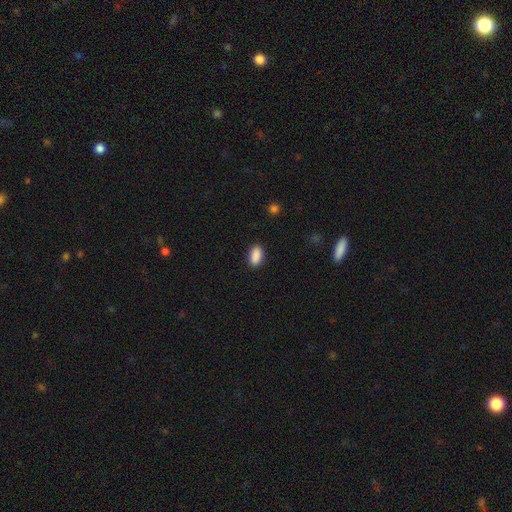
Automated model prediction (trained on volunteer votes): Smooth or featured?
  - smooth: 89% *
  - star or artifact: 8%
  - featured or disk: 3%
How rounded?
  - in between: 91% *
  - round: 5%
  - cigar-shaped: 4%
Merging?
  - none: 88% *
  - minor disturbance: 9%
  - major disturbance: 2%
  - merger: 1%